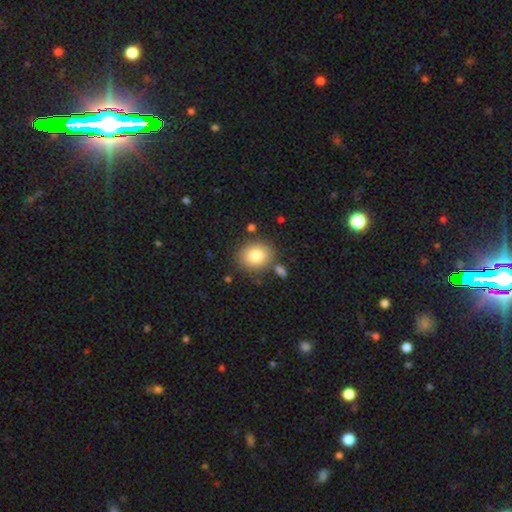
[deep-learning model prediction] The model was most divided on "how rounded": round: 69%, in between: 30%, cigar-shaped: 1%. More confident: smooth or featured — smooth (81%); merging — none (80%).